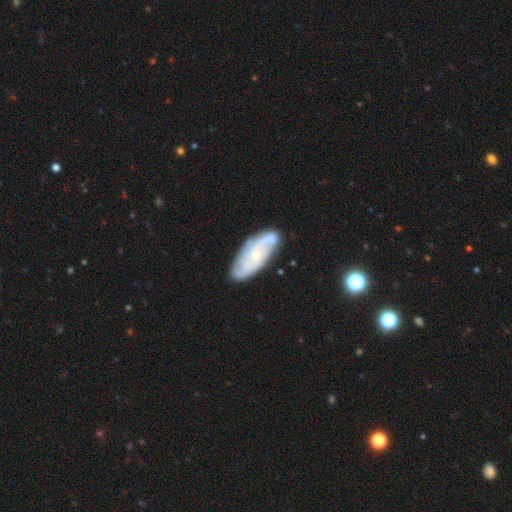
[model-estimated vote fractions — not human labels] Smooth or featured? Predicted: featured or disk (p=0.76). Edge-on disk? Predicted: no (p=0.91). Bar? Predicted: no (p=0.69). Spiral arms? Predicted: yes (p=0.91). Spiral winding? Predicted: tight (p=0.49). Spiral arm count? Predicted: can't tell (p=0.33). Bulge size? Predicted: small (p=0.72). Merging? Predicted: none (p=0.76).